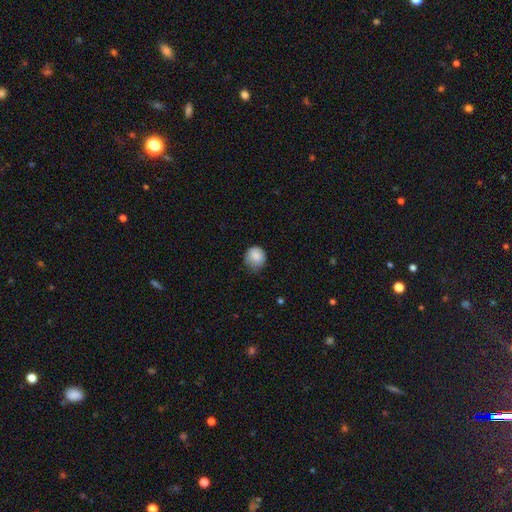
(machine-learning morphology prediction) A smooth galaxy with no disk features (85%) that is round (83%). Merging: none (62%).